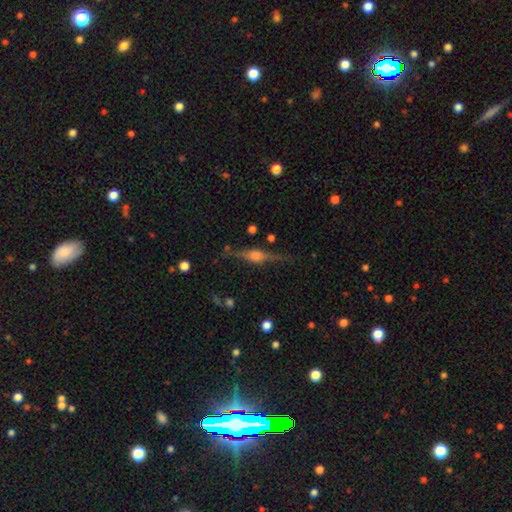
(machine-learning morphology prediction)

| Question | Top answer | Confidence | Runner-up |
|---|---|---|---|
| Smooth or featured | featured or disk | 78% | smooth (14%) |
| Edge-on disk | yes | 97% | no (3%) |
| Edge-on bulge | rounded | 87% | boxy (10%) |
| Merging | none | 81% | minor disturbance (13%) |